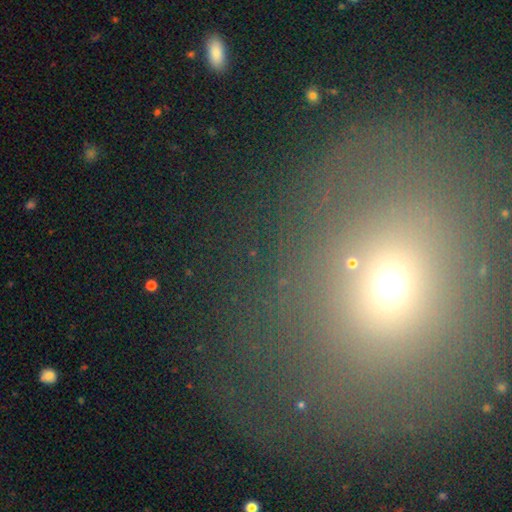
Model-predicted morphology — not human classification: A smooth galaxy with no disk features (53%) that is round (70%).

Vote fractions:
- Smooth or featured? smooth: 53% / star or artifact: 30% / featured or disk: 17%
- How rounded? round: 70% / in between: 29% / cigar-shaped: 2%
- Merging? none: 65% / major disturbance: 16% / minor disturbance: 14% / merger: 5%